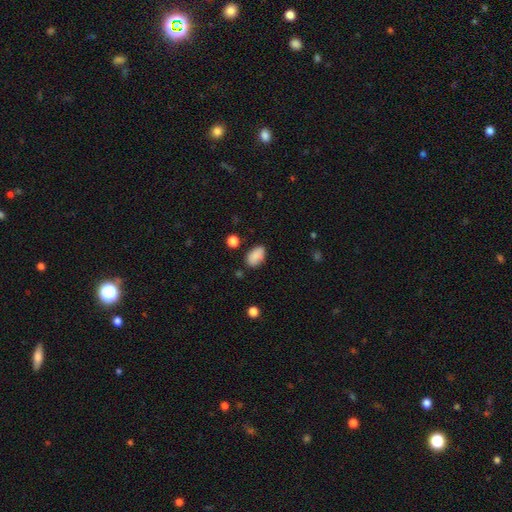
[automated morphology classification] Smooth or featured: smooth — 86% (star or artifact — 8%)
How rounded: in between — 90% (round — 8%)
Merging: none — 72% (minor disturbance — 19%)